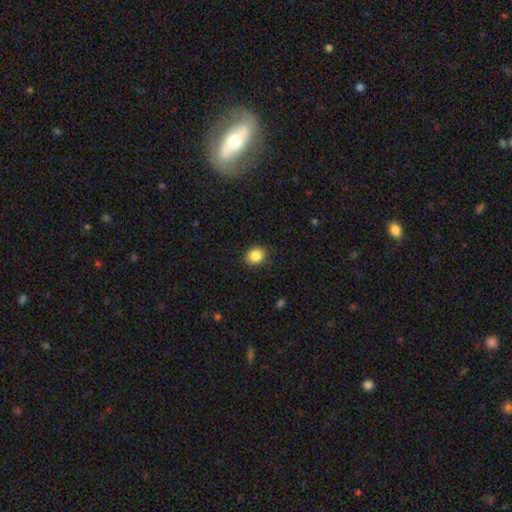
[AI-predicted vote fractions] Smooth or featured?
  - smooth: 86% *
  - star or artifact: 10%
  - featured or disk: 5%
How rounded?
  - round: 68% *
  - in between: 31%
  - cigar-shaped: 1%
Merging?
  - none: 89% *
  - minor disturbance: 8%
  - major disturbance: 2%
  - merger: 1%